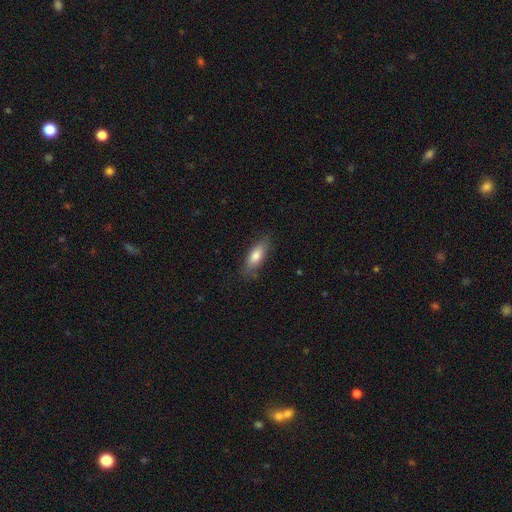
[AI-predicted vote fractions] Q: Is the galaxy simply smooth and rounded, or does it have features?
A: smooth — 76%.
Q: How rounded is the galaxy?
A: in between — 64%.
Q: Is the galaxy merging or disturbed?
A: none — 79%.